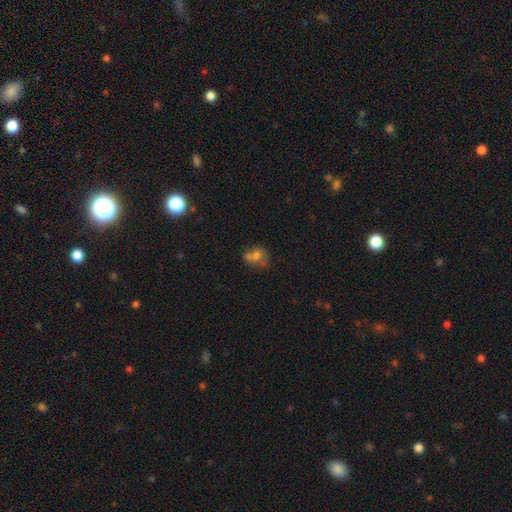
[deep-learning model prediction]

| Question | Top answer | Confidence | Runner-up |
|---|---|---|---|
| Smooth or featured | smooth | 60% | featured or disk (25%) |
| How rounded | round | 62% | in between (37%) |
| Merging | merger | 42% | none (35%) |